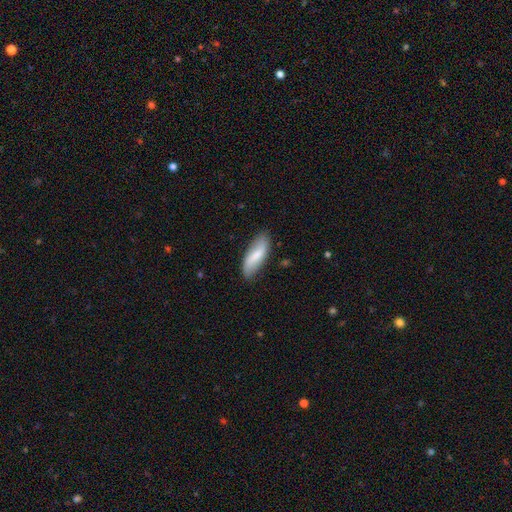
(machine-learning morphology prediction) This is likely a smooth galaxy (61%). How rounded: likely in between (71%). Merging: likely none (78%).